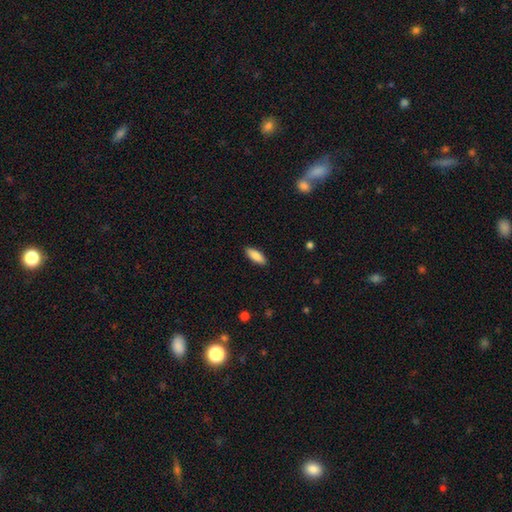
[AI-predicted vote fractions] This is clearly a smooth galaxy (86%). How rounded: likely in between (71%). Merging: clearly none (89%).